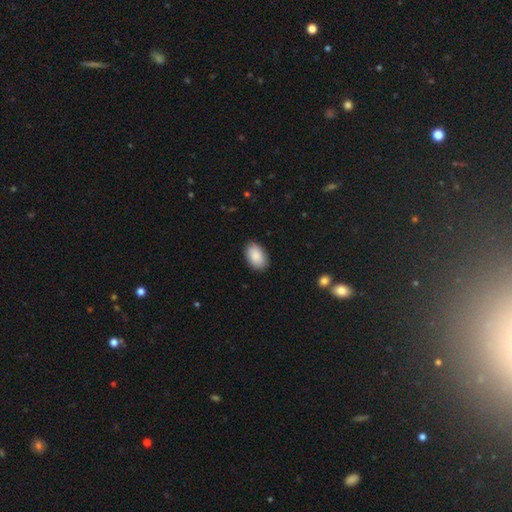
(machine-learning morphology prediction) Q: Smooth or featured?
A: smooth (89%); runner-up: star or artifact (6%)
Q: How rounded?
A: in between (91%); runner-up: round (7%)
Q: Merging?
A: none (87%); runner-up: minor disturbance (10%)